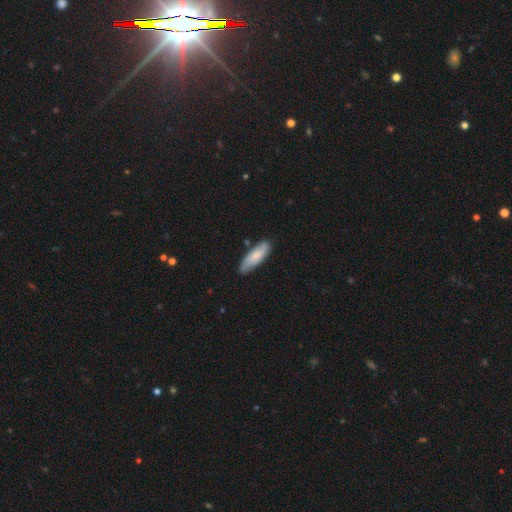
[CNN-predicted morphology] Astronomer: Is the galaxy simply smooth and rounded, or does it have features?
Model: smooth — 66%.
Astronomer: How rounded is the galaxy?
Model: in between — 52% (runner-up: cigar-shaped, 46%).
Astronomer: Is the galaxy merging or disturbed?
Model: none — 75%.